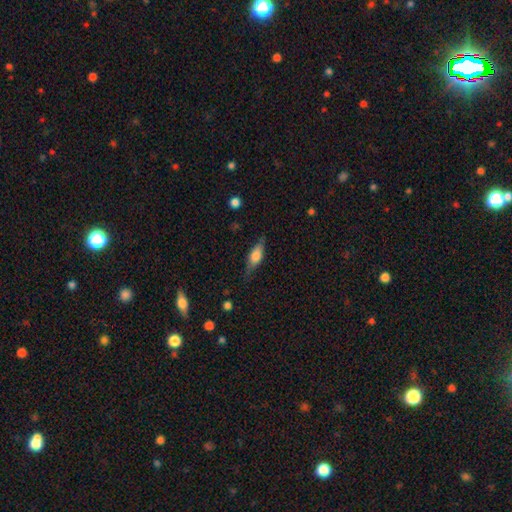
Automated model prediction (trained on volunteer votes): Morphology: type=smooth (51%); roundness=in between (58%); merging=none (77%).